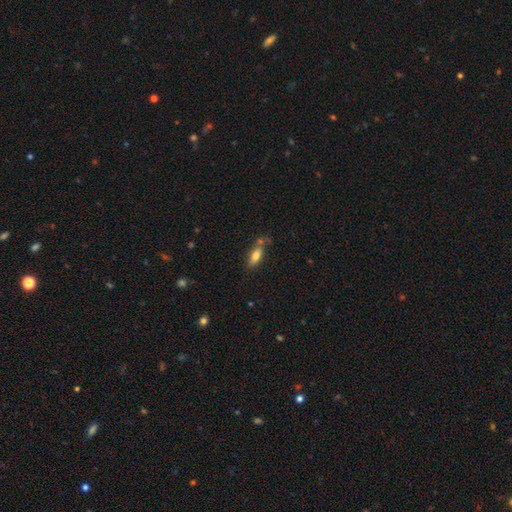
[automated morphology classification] The model was most divided on "merging": none: 58%, minor disturbance: 20%, merger: 15%, major disturbance: 7%. More confident: smooth or featured — smooth (73%); how rounded — in between (72%).